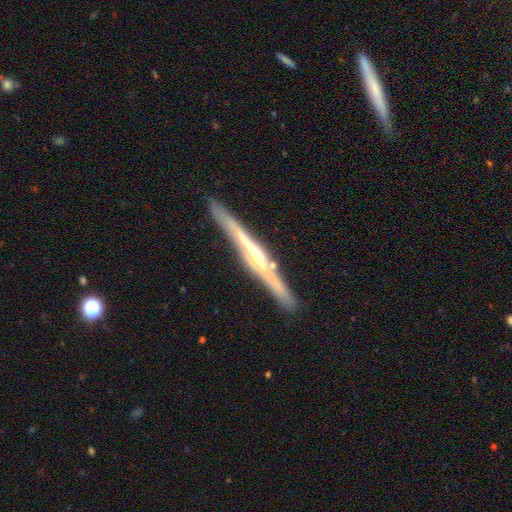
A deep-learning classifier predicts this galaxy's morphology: The model was most divided on "edge-on bulge": rounded: 64%, none: 23%, boxy: 13%. More confident: edge-on disk — yes (97%); merging — none (86%); smooth or featured — featured or disk (78%).